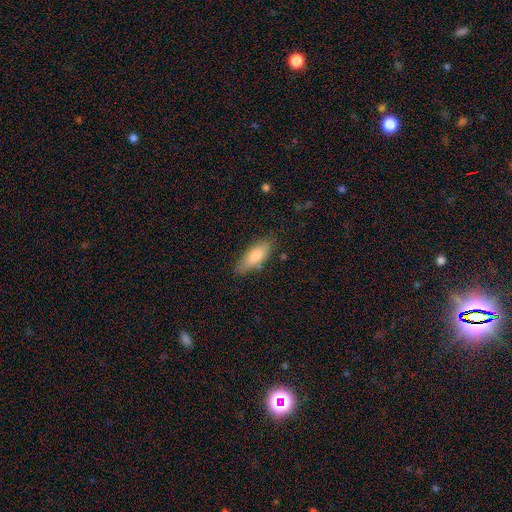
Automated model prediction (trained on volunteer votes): This appears to be a smooth galaxy with no disk features (77%) that is in between round and cigar-shaped (69%). Merging: none (77%).